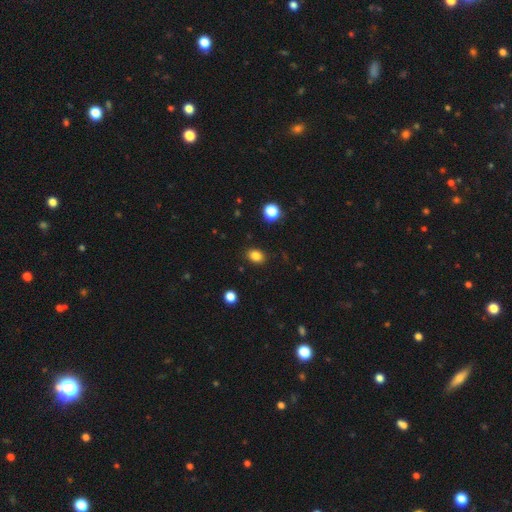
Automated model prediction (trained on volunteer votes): Overall: smooth (84%). How rounded: in between (60%; round 39%). Merging: none (88%).